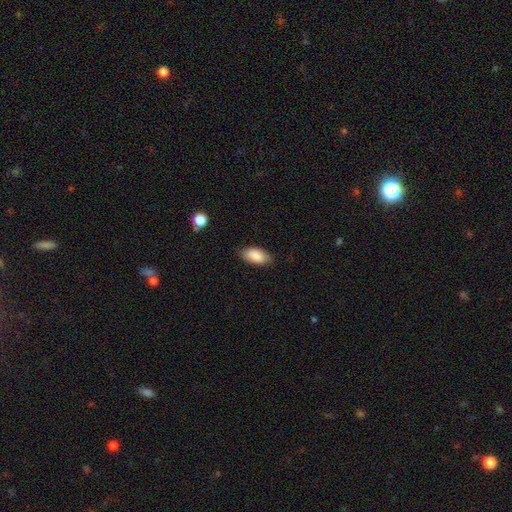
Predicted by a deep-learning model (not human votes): Morphology: type=smooth (87%); roundness=in between (93%); merging=none (82%).